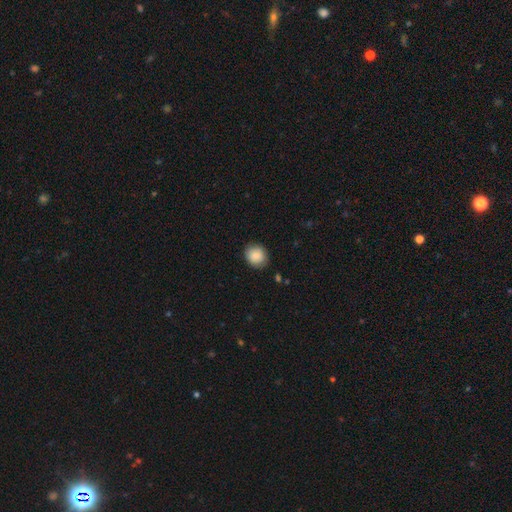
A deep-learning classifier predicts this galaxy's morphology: This appears to be a smooth galaxy with no disk features (85%) that is round (77%). Merging: none (84%).